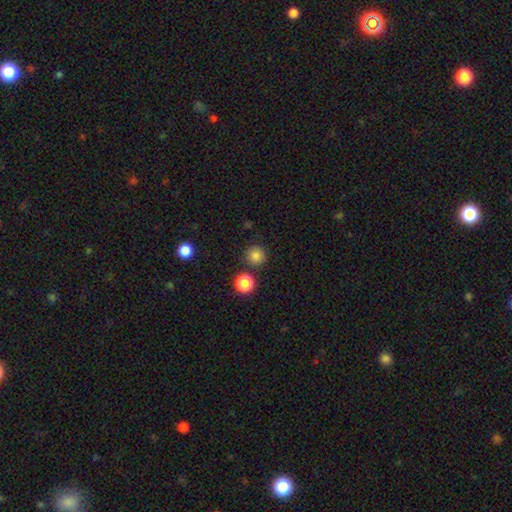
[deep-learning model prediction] Q: Smooth or featured?
A: smooth (83%); runner-up: star or artifact (13%)
Q: How rounded?
A: round (94%); runner-up: in between (5%)
Q: Merging?
A: none (85%); runner-up: minor disturbance (7%)